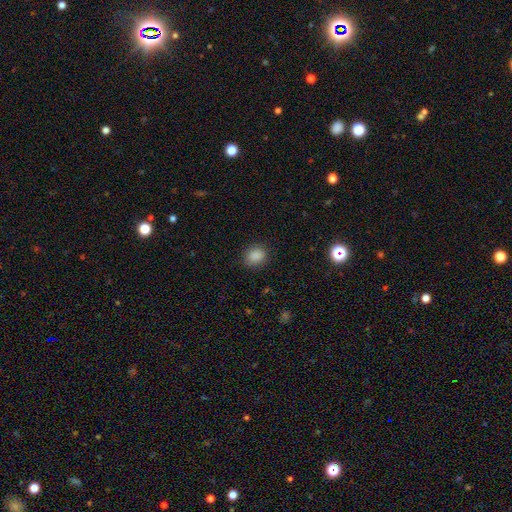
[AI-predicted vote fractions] Morphology: type=smooth (87%); roundness=round (63%); merging=none (85%).